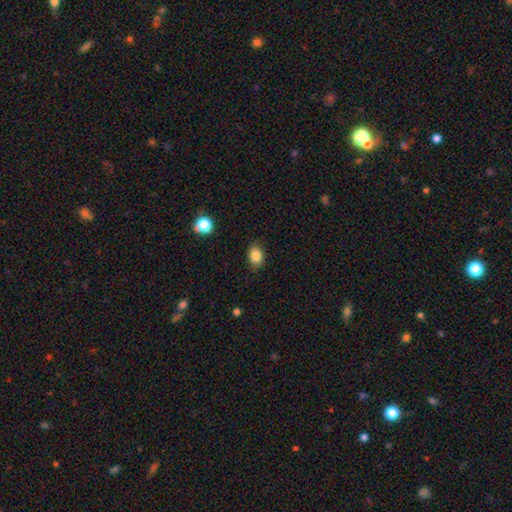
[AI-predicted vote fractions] This appears to be a smooth galaxy with no disk features (84%) that is in between round and cigar-shaped (71%). Merging: none (83%).